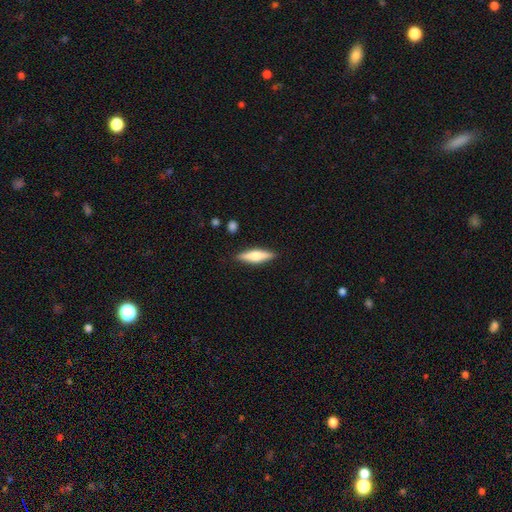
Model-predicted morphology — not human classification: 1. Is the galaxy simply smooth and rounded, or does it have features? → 51% smooth, 43% featured or disk, 6% star or artifact.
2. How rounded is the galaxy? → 64% cigar-shaped, 34% in between, 2% round.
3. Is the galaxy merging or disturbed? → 87% none, 9% minor disturbance, 2% major disturbance, 2% merger.